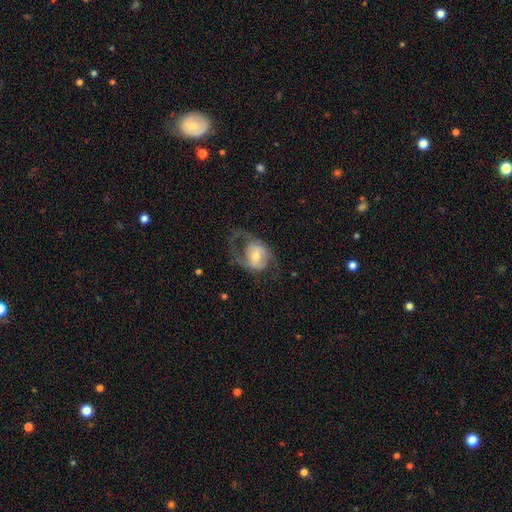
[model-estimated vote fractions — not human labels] The model was most divided on "merging": none: 41%, major disturbance: 38%, minor disturbance: 19%, merger: 2%. More confident: edge-on disk — no (95%); spiral arms — yes (71%); smooth or featured — featured or disk (66%); bulge size — moderate (61%); bar — no (53%).